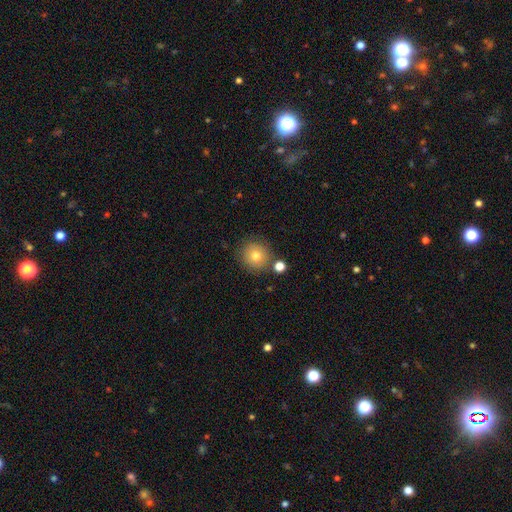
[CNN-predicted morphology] smooth-or-featured: smooth: 78% | featured or disk: 11% | star or artifact: 11%
  how-rounded: round: 92% | in between: 7% | cigar-shaped: 1%
  merging: none: 80% | minor disturbance: 9% | merger: 8% | major disturbance: 3%